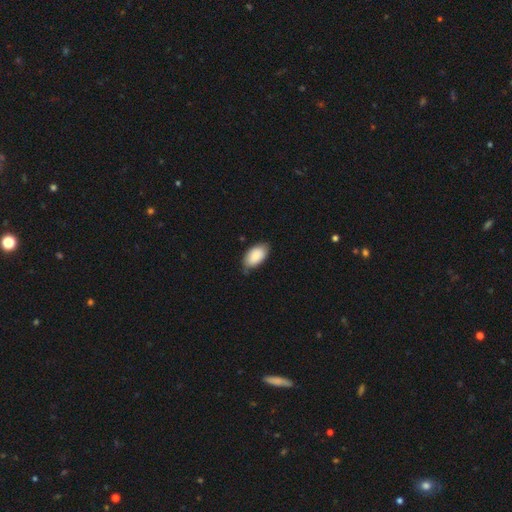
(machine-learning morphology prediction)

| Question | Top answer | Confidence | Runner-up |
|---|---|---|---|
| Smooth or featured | smooth | 83% | featured or disk (11%) |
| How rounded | in between | 95% | round (4%) |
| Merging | none | 70% | minor disturbance (25%) |